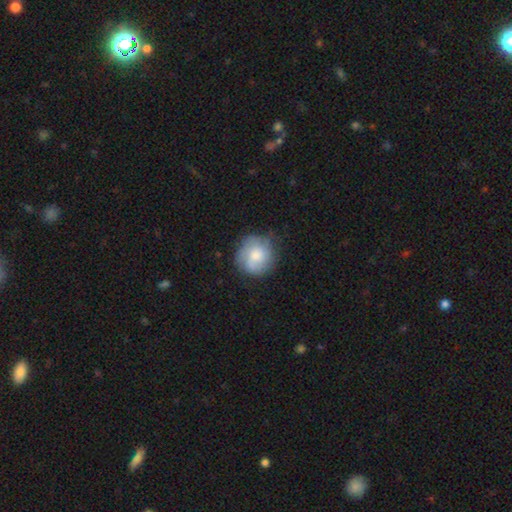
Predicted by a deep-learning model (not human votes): Smooth or featured? Predicted: smooth (p=0.55). How rounded? Predicted: round (p=0.85). Merging? Predicted: none (p=0.65).